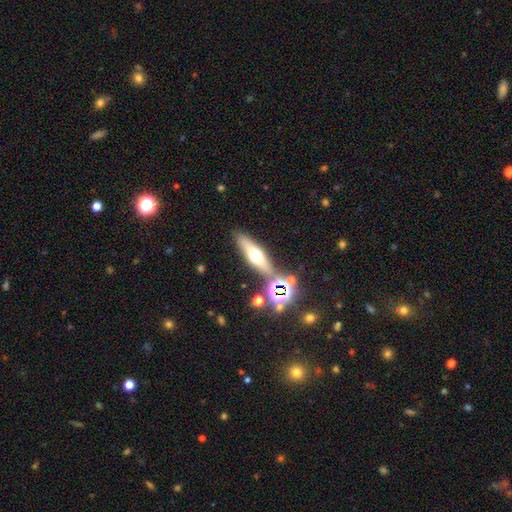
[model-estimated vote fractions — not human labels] A featured or disk galaxy (45%). Merging: none (80%).